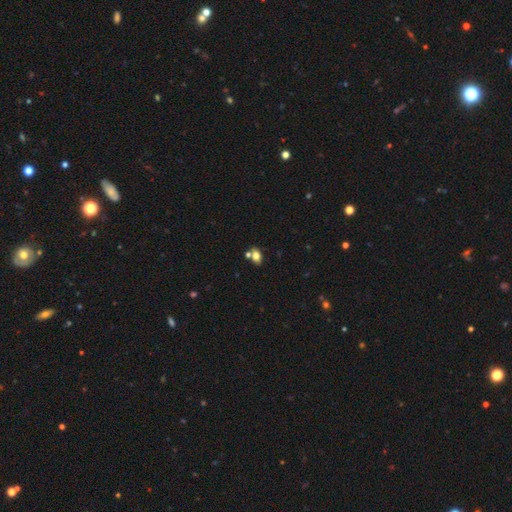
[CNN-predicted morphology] A smooth galaxy with no disk features (75%) that is in between round and cigar-shaped (79%). Merging: none (62%).